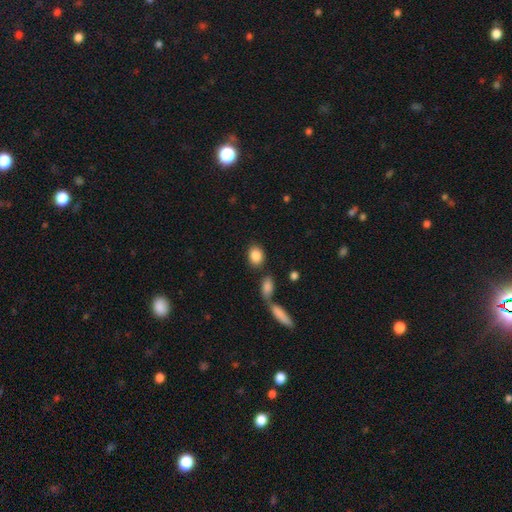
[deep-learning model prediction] A smooth galaxy with no disk features (87%) that is in between round and cigar-shaped (52%).

Vote fractions:
- Smooth or featured? smooth: 87% / star or artifact: 7% / featured or disk: 6%
- How rounded? in between: 52% / round: 45% / cigar-shaped: 2%
- Merging? none: 77% / minor disturbance: 10% / merger: 9% / major disturbance: 4%